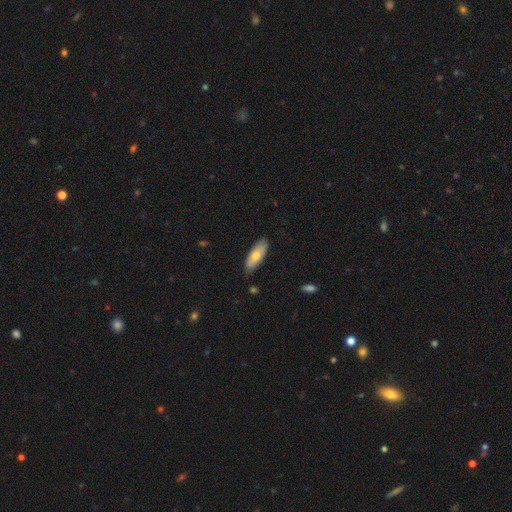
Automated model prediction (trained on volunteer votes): Q: Smooth or featured?
A: smooth (67%); runner-up: featured or disk (27%)
Q: How rounded?
A: in between (67%); runner-up: cigar-shaped (31%)
Q: Merging?
A: none (85%); runner-up: minor disturbance (12%)